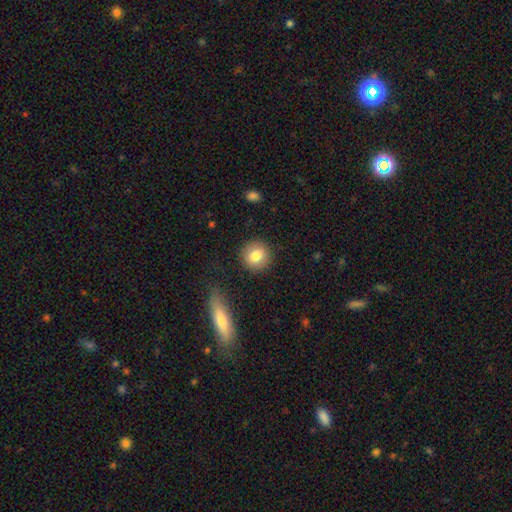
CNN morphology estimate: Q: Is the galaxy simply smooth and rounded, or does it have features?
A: smooth — 81%.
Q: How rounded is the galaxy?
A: round — 90%.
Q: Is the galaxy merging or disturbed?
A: none — 89%.